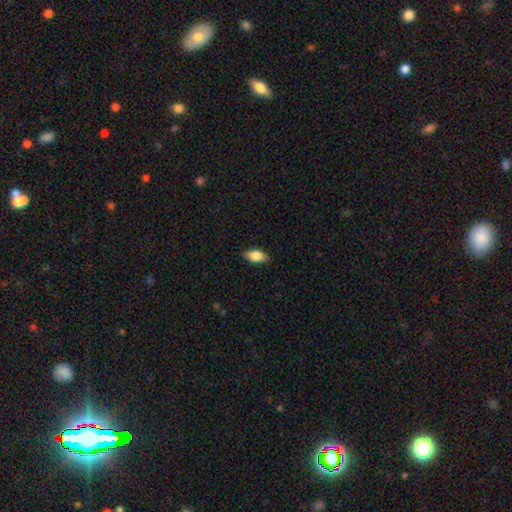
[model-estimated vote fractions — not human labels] The model was most divided on "smooth or featured": smooth: 80%, featured or disk: 13%, star or artifact: 7%. More confident: how rounded — in between (88%); merging — none (86%).